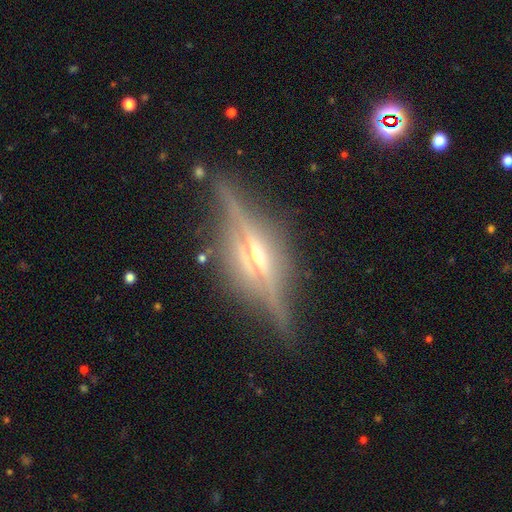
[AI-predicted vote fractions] Smooth or featured? Predicted: featured or disk (p=0.88). Edge-on disk? Predicted: yes (p=0.96). Edge-on bulge? Predicted: rounded (p=0.83). Merging? Predicted: none (p=0.85).